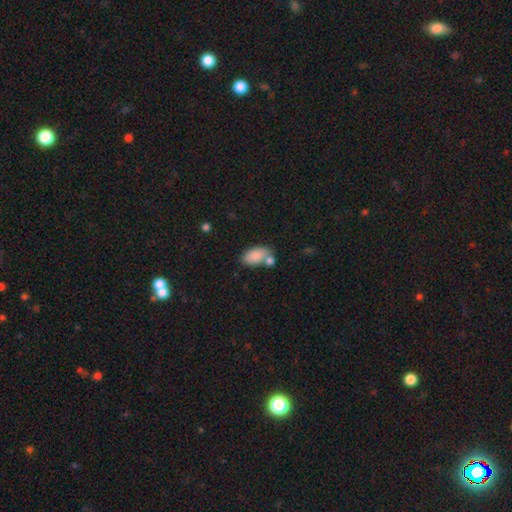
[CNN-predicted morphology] Smooth or featured: smooth — 85% (featured or disk — 8%)
How rounded: in between — 93% (round — 4%)
Merging: none — 52% (merger — 28%)